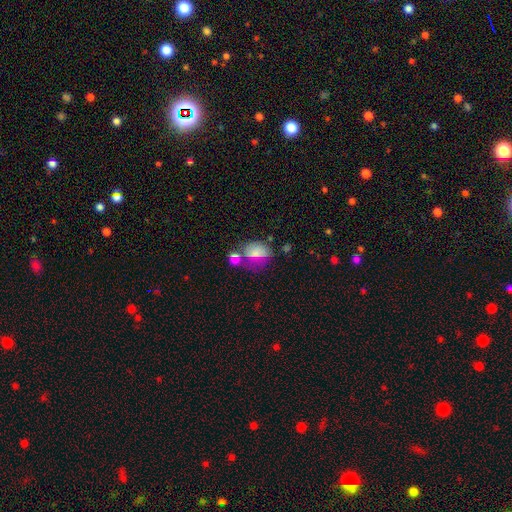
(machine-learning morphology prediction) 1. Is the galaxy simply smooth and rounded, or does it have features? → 66% smooth, 19% featured or disk, 15% star or artifact.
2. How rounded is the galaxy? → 66% in between, 32% round, 2% cigar-shaped.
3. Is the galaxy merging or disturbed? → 40% none, 23% minor disturbance, 20% merger, 17% major disturbance.